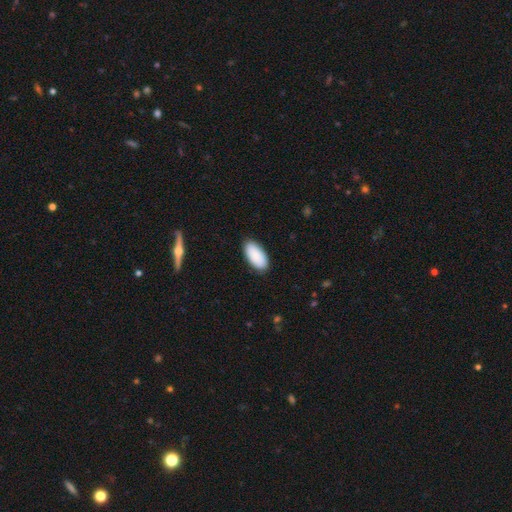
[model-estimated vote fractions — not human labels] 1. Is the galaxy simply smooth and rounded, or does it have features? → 90% smooth, 6% star or artifact, 5% featured or disk.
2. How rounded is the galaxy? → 94% in between, 4% cigar-shaped, 2% round.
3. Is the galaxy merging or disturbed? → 87% none, 10% minor disturbance, 2% major disturbance, 1% merger.